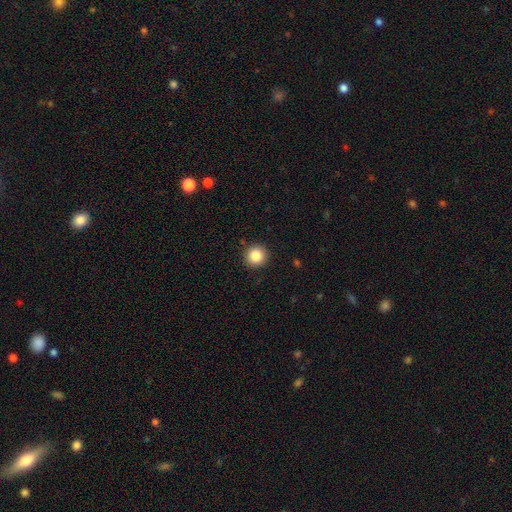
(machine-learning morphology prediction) Smooth or featured? Predicted: smooth (p=0.85). How rounded? Predicted: round (p=0.95). Merging? Predicted: none (p=0.92).